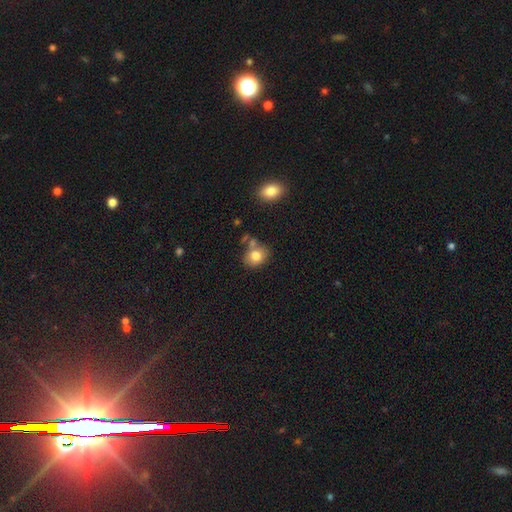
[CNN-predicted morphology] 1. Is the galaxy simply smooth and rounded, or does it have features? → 80% smooth, 11% featured or disk, 9% star or artifact.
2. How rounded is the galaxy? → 56% round, 43% in between, 1% cigar-shaped.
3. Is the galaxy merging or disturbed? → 60% none, 18% merger, 17% minor disturbance, 5% major disturbance.